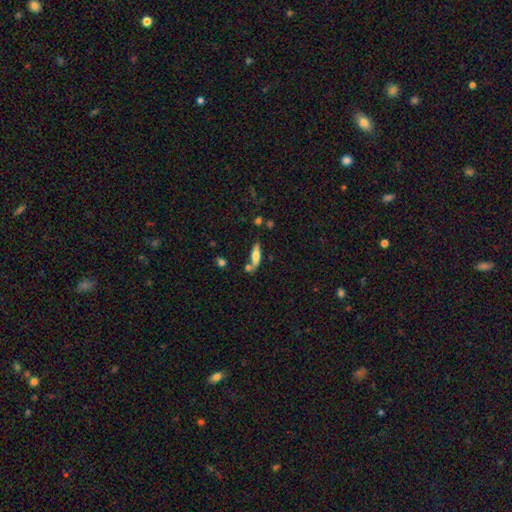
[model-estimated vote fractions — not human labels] Smooth or featured?
  - smooth: 57% *
  - featured or disk: 36%
  - star or artifact: 7%
How rounded?
  - cigar-shaped: 56% *
  - in between: 41%
  - round: 3%
Merging?
  - none: 61% *
  - merger: 17%
  - minor disturbance: 17%
  - major disturbance: 5%